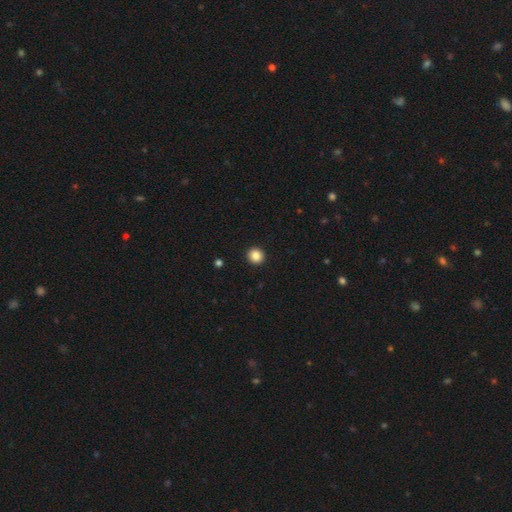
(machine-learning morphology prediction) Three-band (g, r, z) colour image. It shows a smooth galaxy with no disk features (86%) that is round (91%). Merging: none (94%).